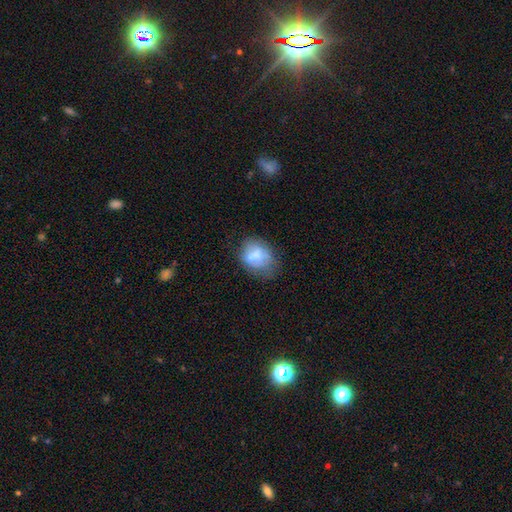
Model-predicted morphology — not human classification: type=smooth (61%); roundness=in between (53%); merging=none (46%).